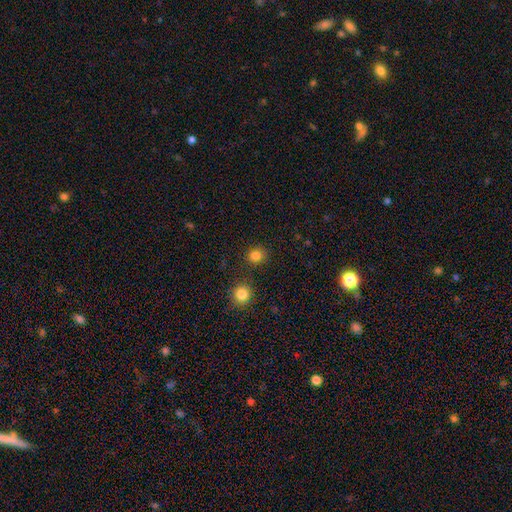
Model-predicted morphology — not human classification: Smooth or featured: smooth — 83% (star or artifact — 13%)
How rounded: round — 87% (in between — 13%)
Merging: none — 87% (minor disturbance — 7%)